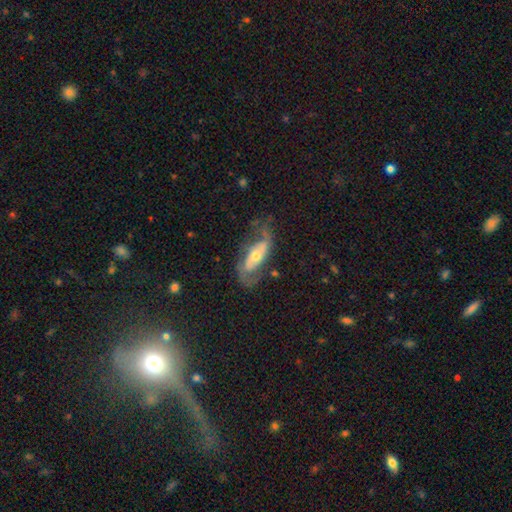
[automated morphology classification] smooth-or-featured: featured or disk: 69% | smooth: 26% | star or artifact: 6%
  disk-edge-on: no: 86% | yes: 14%
    bar: no: 55% | weak: 24% | strong: 20%
    has-spiral-arms: yes: 78% | no: 22%
    bulge-size: moderate: 52% | small: 40% | large: 5% | none: 1% | dominant: 1%
  merging: none: 55% | minor disturbance: 23% | major disturbance: 20% | merger: 3%